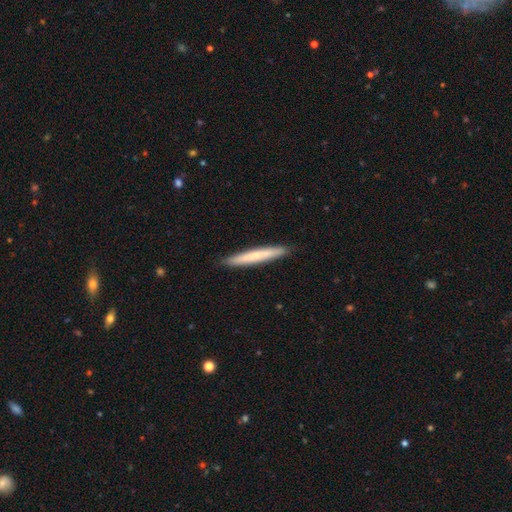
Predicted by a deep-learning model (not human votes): Overall: smooth (66%; featured or disk 29%). How rounded: cigar-shaped (96%). Merging: none (91%).